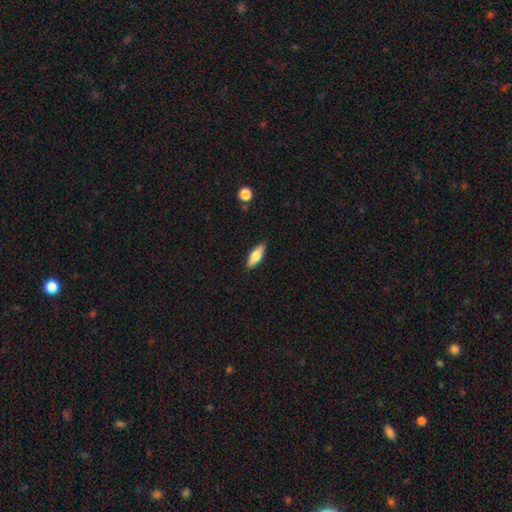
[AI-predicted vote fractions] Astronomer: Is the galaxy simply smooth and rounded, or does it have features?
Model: smooth — 68%.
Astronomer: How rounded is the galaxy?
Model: in between — 58% (runner-up: cigar-shaped, 39%).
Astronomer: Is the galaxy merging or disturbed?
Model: none — 88%.